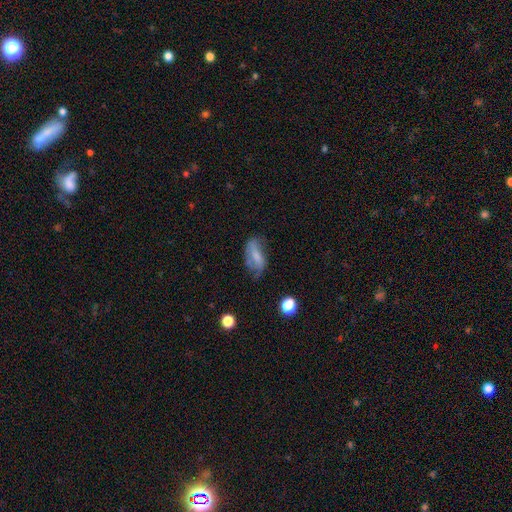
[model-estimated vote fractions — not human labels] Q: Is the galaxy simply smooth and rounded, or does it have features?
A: smooth — 57%.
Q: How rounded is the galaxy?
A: in between — 84%.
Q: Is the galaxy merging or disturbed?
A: none — 45%.